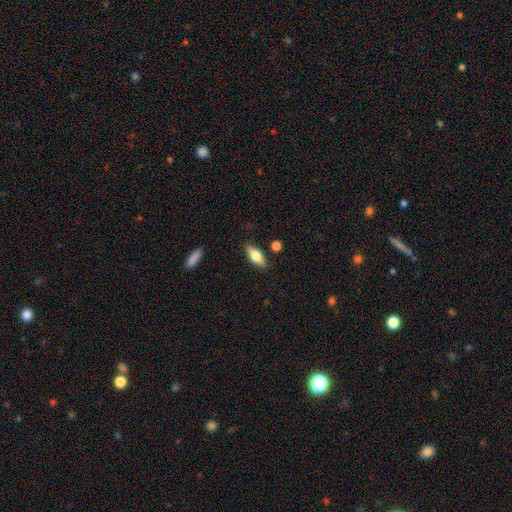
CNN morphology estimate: A smooth galaxy with no disk features (71%) that is in between round and cigar-shaped (78%). Merging: none (84%).